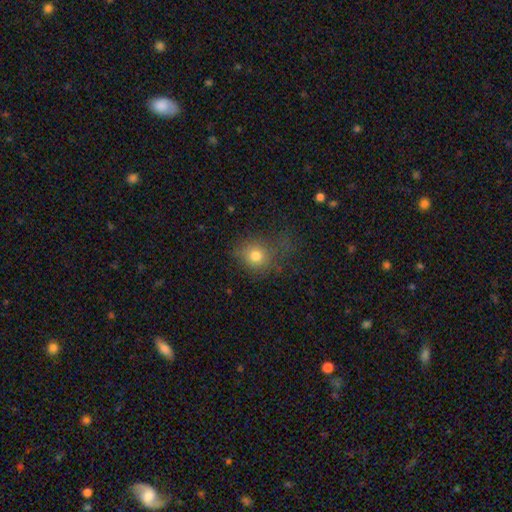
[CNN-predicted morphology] Overall: smooth (77%). How rounded: round (81%). Merging: none (63%).